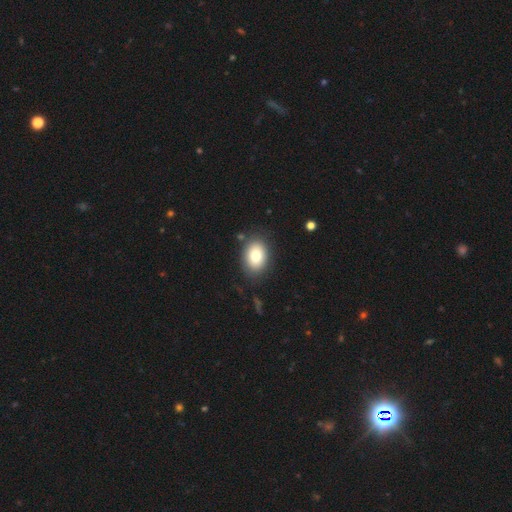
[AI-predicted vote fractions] Morphology: type=smooth (84%); roundness=in between (81%); merging=none (84%).